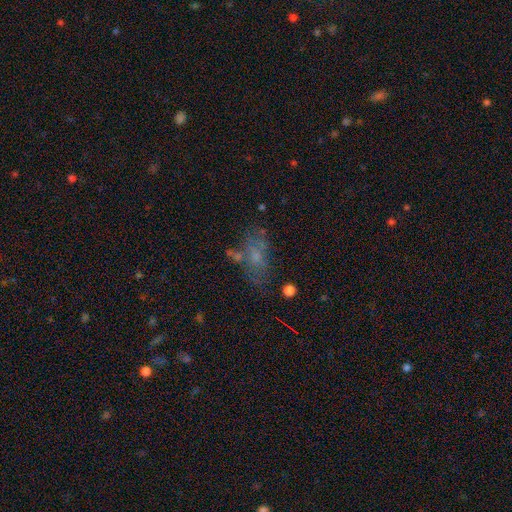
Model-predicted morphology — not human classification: This appears to be a smooth galaxy with no disk features (46%). Merging: none (49%).